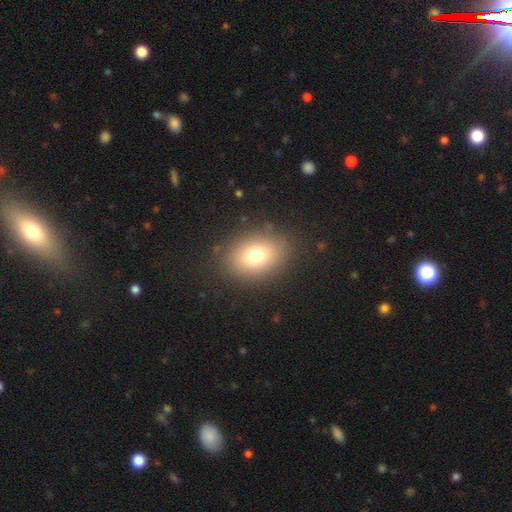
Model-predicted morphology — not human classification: This is likely a smooth galaxy (75%). How rounded: likely in between (64%). Merging: clearly none (85%).